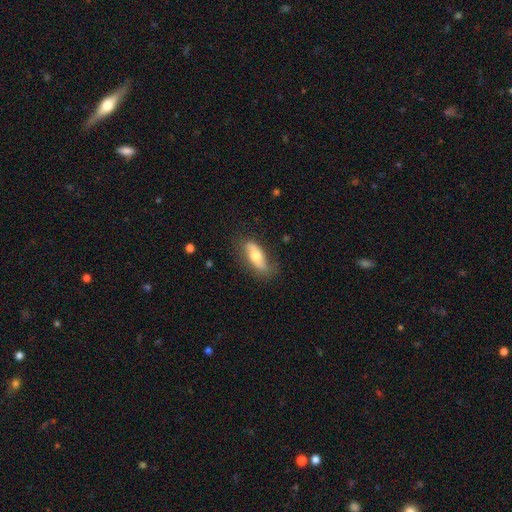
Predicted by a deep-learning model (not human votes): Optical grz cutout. It shows a smooth galaxy with no disk features (56%) that is in between round and cigar-shaped (77%). Merging: none (72%).